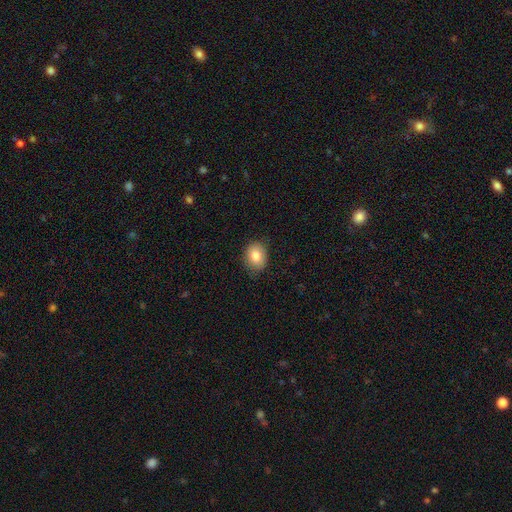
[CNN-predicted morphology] smooth-or-featured: smooth: 83% | star or artifact: 9% | featured or disk: 8%
  how-rounded: in between: 57% | round: 42% | cigar-shaped: 1%
  merging: none: 82% | minor disturbance: 15% | major disturbance: 3% | merger: 1%